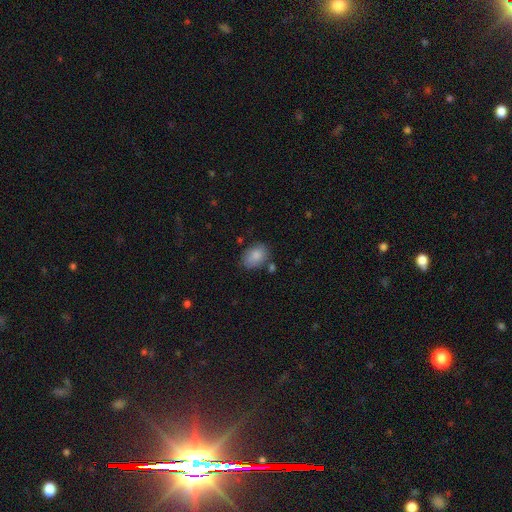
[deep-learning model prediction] Morphology: type=smooth (85%); roundness=in between (76%); merging=none (72%).